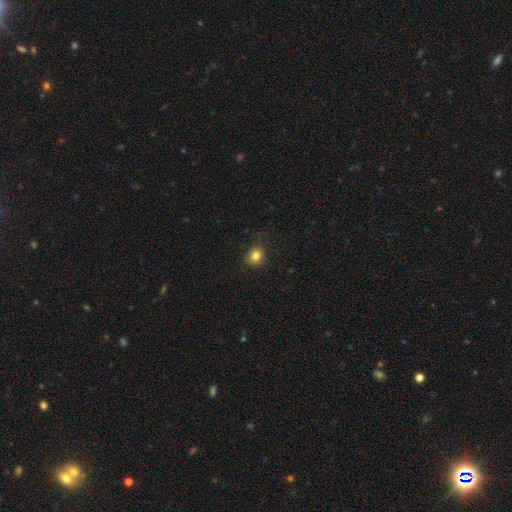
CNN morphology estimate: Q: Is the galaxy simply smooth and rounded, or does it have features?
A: smooth — 82%.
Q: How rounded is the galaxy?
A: round — 64%.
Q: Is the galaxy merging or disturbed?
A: none — 79%.